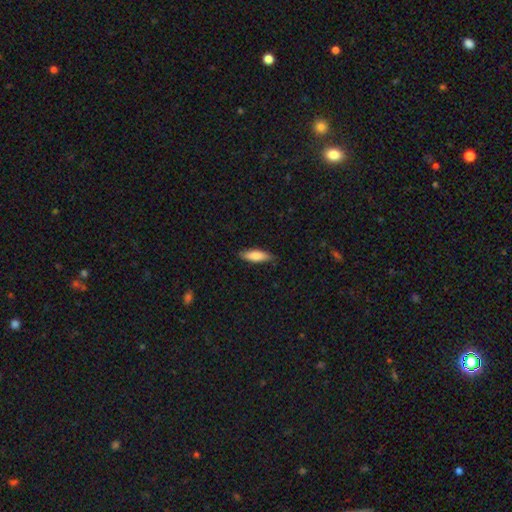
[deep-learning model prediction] The model was most divided on "how rounded": in between: 50%, cigar-shaped: 48%, round: 2%. More confident: merging — none (84%); smooth or featured — smooth (82%).